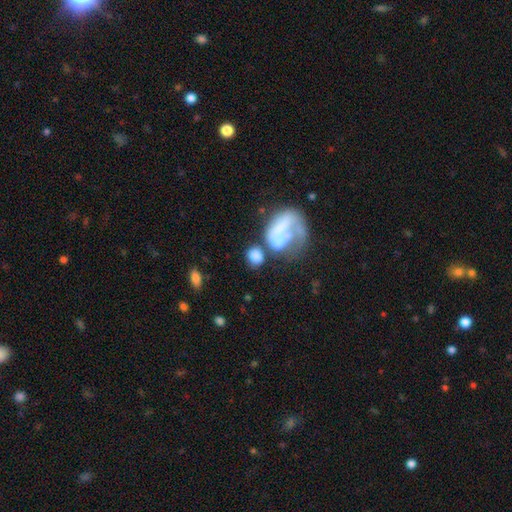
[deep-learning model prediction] Morphology: type=smooth (69%); roundness=round (53%); merging=none (35%).